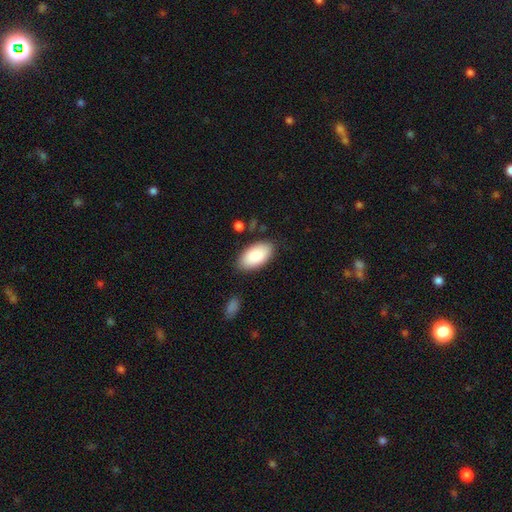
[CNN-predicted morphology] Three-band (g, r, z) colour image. It shows a smooth galaxy with no disk features (88%) that is in between round and cigar-shaped (96%). Merging: none (84%).